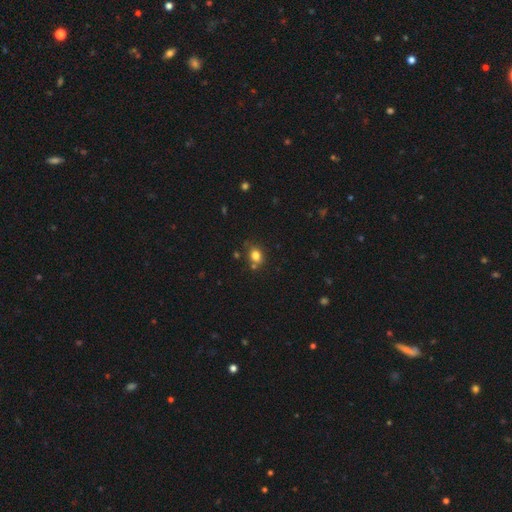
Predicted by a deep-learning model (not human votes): This is likely a smooth galaxy (79%). How rounded: possibly round (55%). Merging: likely none (65%).